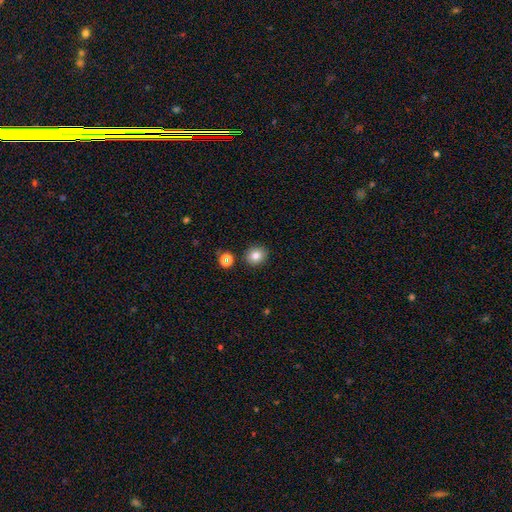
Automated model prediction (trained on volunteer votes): Q: Smooth or featured?
A: smooth (81%); runner-up: star or artifact (12%)
Q: How rounded?
A: round (81%); runner-up: in between (18%)
Q: Merging?
A: none (88%); runner-up: minor disturbance (7%)